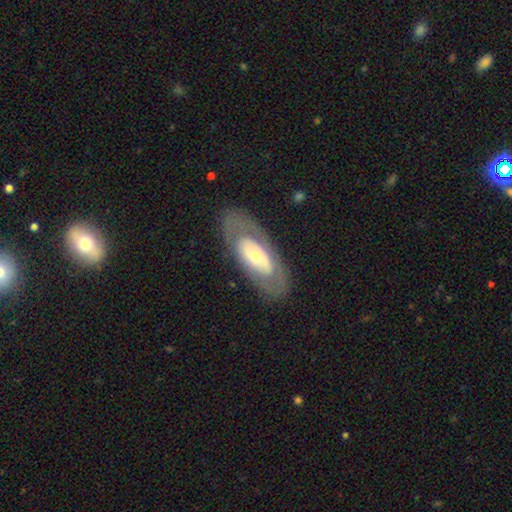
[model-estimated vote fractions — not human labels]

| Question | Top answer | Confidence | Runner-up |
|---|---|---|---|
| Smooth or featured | featured or disk | 62% | smooth (33%) |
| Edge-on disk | no | 86% | yes (14%) |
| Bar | no | 80% | weak (13%) |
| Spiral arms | no | 76% | yes (24%) |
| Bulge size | moderate | 53% | small (38%) |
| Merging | none | 76% | minor disturbance (14%) |